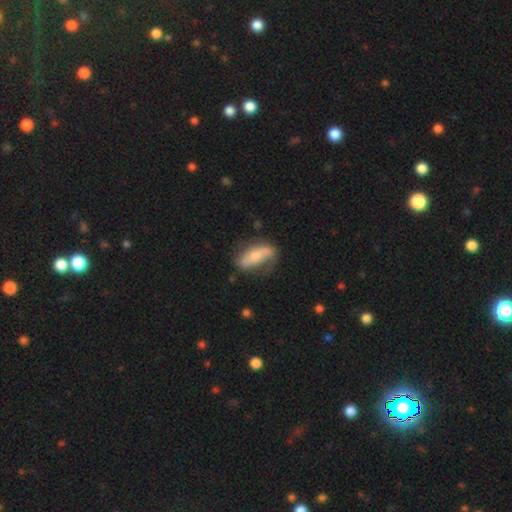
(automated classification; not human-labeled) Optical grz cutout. It shows a featured or disk galaxy (50%). Merging: none (53%).